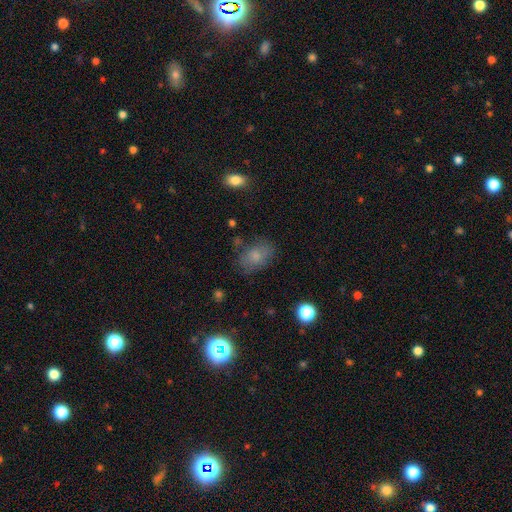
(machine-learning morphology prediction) This is likely a smooth galaxy (73%). How rounded: likely in between (80%). Merging: likely none (71%).